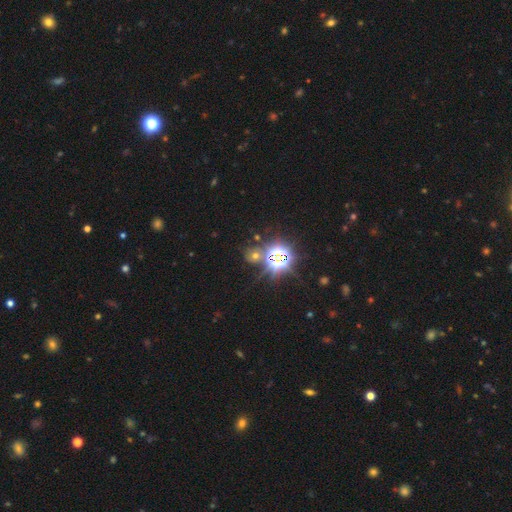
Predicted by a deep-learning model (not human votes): The model was most divided on "smooth or featured": star or artifact: 63%, smooth: 27%, featured or disk: 10%.